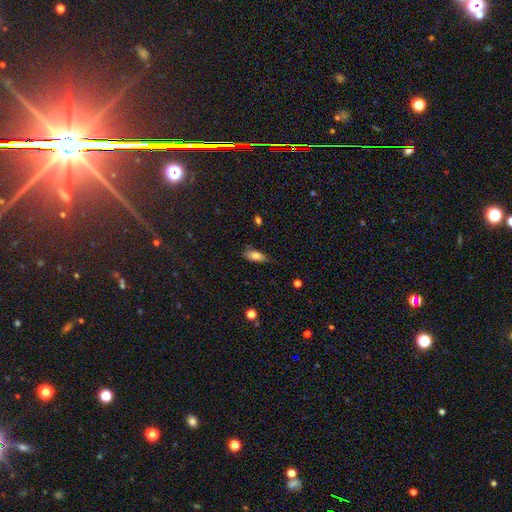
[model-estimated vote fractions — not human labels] smooth_or_featured: smooth (p=0.79) [alt: featured or disk p=0.13]
how_rounded: in between (p=0.81) [alt: cigar-shaped p=0.16]
merging: none (p=0.67) [alt: minor disturbance p=0.26]